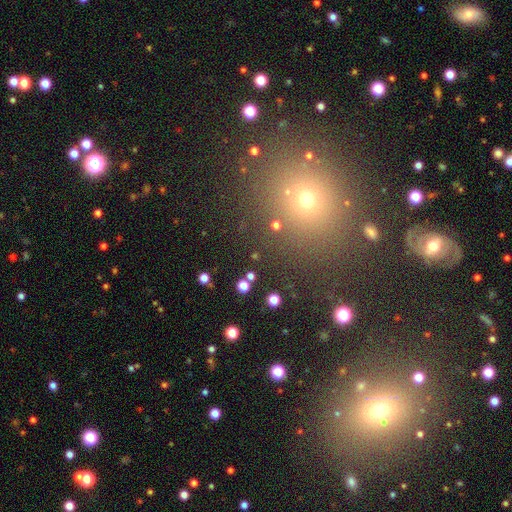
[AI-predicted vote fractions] The model was most divided on "smooth or featured": smooth: 45%, star or artifact: 44%, featured or disk: 10%. More confident: merging — none (84%).